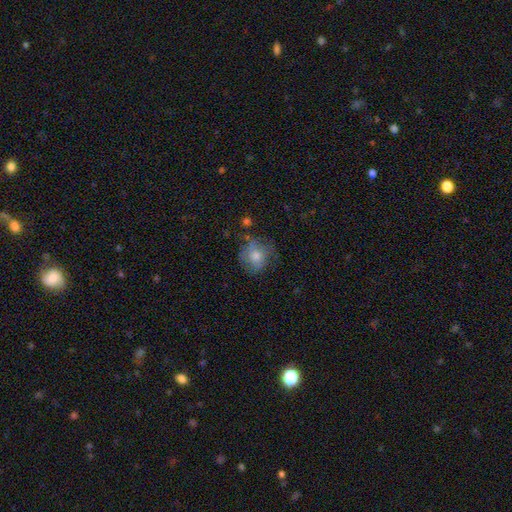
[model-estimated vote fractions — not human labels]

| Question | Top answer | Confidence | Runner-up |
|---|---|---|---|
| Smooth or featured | smooth | 58% | featured or disk (30%) |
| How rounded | round | 76% | in between (22%) |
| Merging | none | 62% | minor disturbance (24%) |